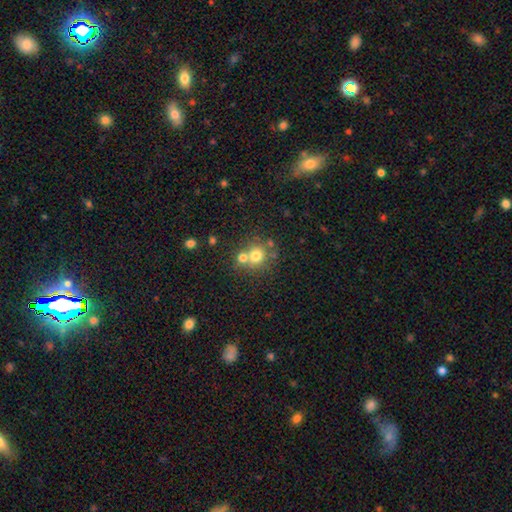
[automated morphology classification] This appears to be a smooth galaxy with no disk features (72%) that is round (85%). Merging: none (49%).